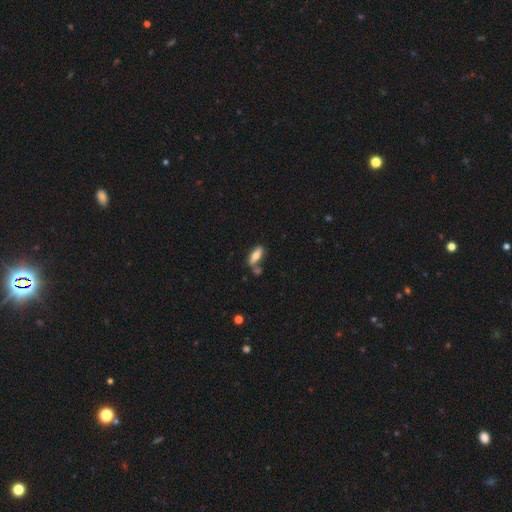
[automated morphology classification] Smooth or featured? Predicted: smooth (p=0.70). How rounded? Predicted: in between (p=0.68). Merging? Predicted: none (p=0.57).